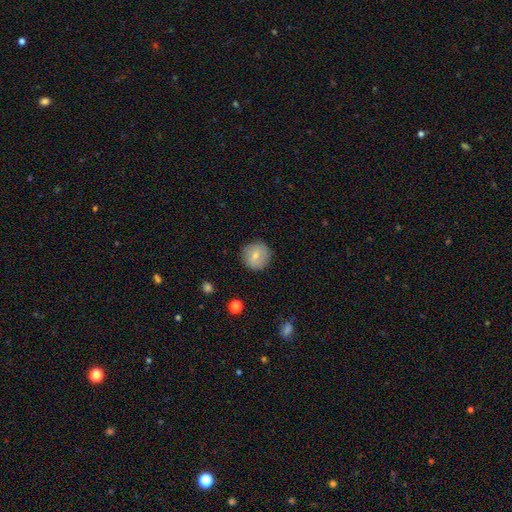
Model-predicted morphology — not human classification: A smooth galaxy with no disk features (71%) that is round (92%). Merging: none (86%).